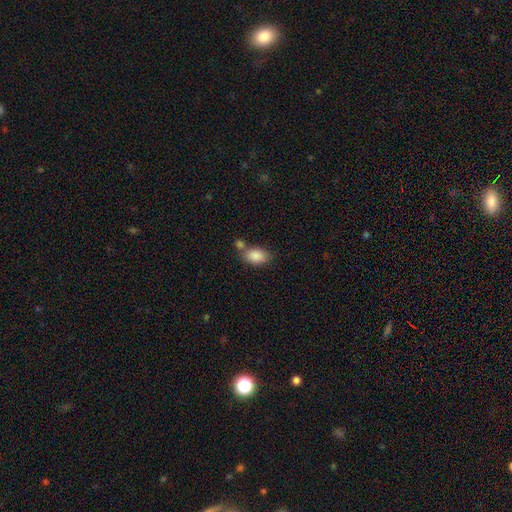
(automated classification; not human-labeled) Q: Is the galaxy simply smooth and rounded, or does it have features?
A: smooth — 87%.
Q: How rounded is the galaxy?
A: in between — 89%.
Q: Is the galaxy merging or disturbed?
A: none — 55%.